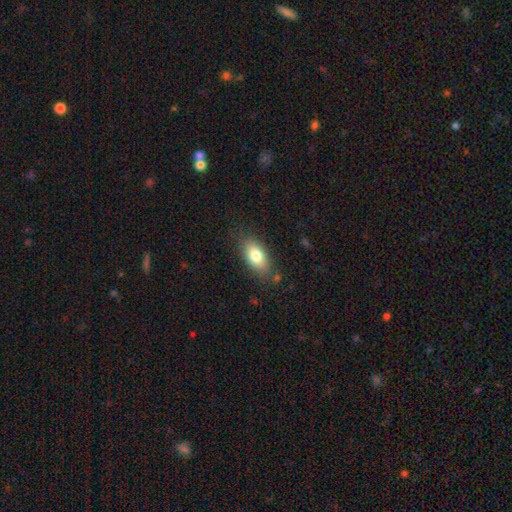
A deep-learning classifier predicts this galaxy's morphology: Smooth or featured?
  - smooth: 78% *
  - featured or disk: 14%
  - star or artifact: 8%
How rounded?
  - in between: 88% *
  - cigar-shaped: 7%
  - round: 5%
Merging?
  - none: 80% *
  - minor disturbance: 14%
  - major disturbance: 4%
  - merger: 2%